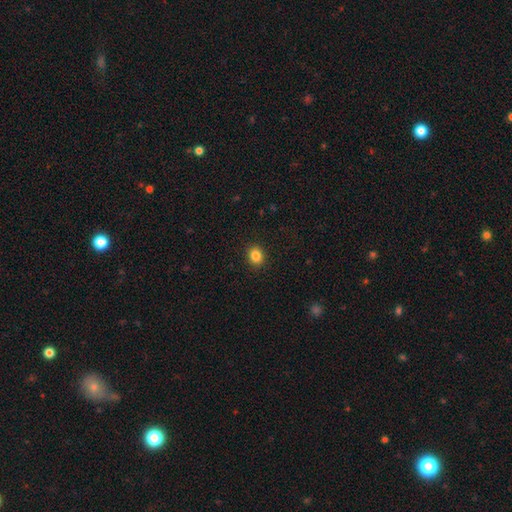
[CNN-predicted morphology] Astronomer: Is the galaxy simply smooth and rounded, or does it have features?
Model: smooth — 85%.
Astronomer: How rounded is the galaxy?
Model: round — 63%.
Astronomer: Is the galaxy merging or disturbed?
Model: none — 91%.